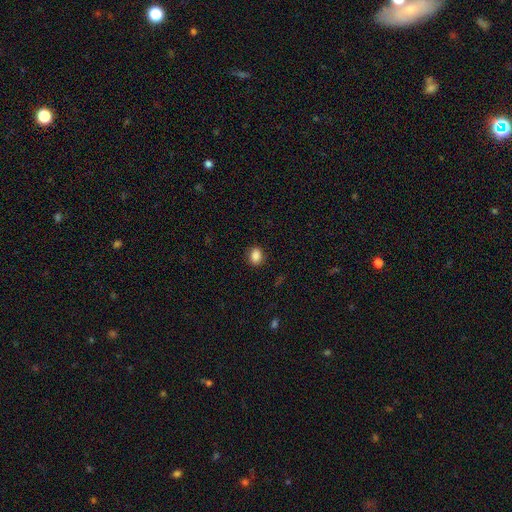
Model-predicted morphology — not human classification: smooth 87%, star or artifact 9%, featured or disk 4%. Down the decision tree: how rounded — in between (53%); merging — none (88%).